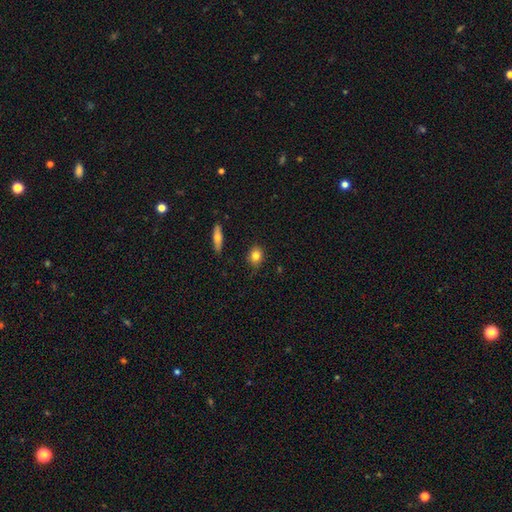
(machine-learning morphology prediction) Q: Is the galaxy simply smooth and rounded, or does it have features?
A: smooth — 82%.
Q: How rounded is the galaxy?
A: round — 58%.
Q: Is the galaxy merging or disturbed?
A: none — 81%.